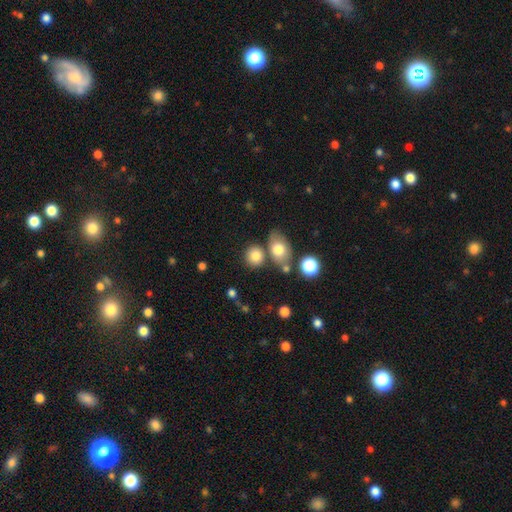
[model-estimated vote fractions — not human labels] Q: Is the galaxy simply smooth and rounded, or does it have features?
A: smooth — 81%.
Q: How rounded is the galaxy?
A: round — 73%.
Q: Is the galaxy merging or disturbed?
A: none — 67%.